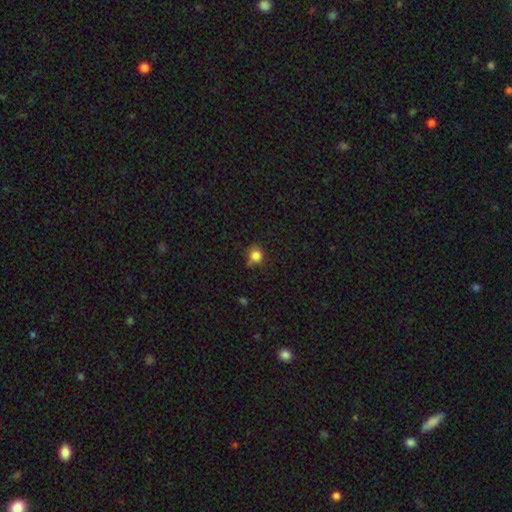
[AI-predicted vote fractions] smooth_or_featured: smooth (p=0.82) [alt: star or artifact p=0.12]
how_rounded: round (p=0.78) [alt: in between p=0.21]
merging: none (p=0.56) [alt: minor disturbance p=0.31]